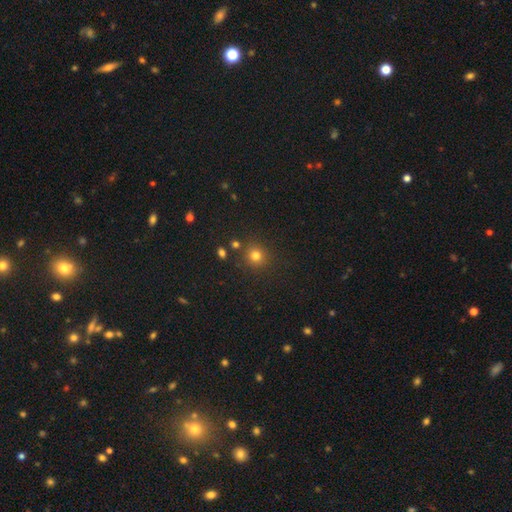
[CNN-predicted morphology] Smooth or featured? smooth (78%)
How rounded? round (92%)
Merging? none (84%)